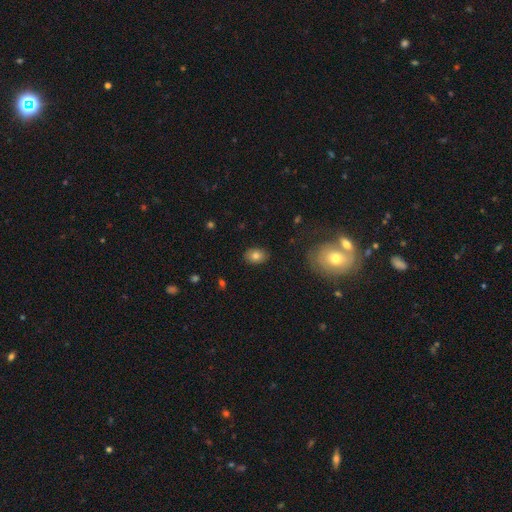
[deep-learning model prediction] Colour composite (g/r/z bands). It shows a smooth galaxy with no disk features (79%) that is in between round and cigar-shaped (73%). Merging: none (87%).